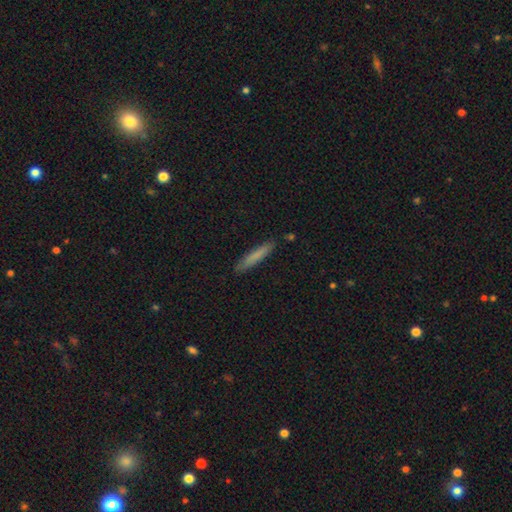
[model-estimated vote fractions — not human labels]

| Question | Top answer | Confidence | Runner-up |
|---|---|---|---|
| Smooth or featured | smooth | 78% | featured or disk (16%) |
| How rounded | cigar-shaped | 93% | in between (6%) |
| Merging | none | 87% | minor disturbance (10%) |